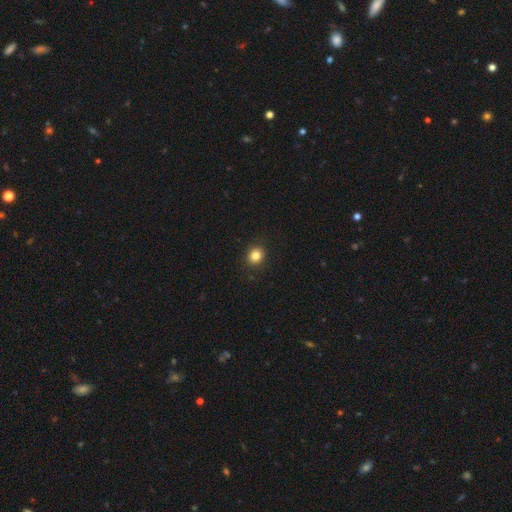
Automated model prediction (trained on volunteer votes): Smooth or featured? Predicted: smooth (p=0.83). How rounded? Predicted: round (p=0.73). Merging? Predicted: none (p=0.91).